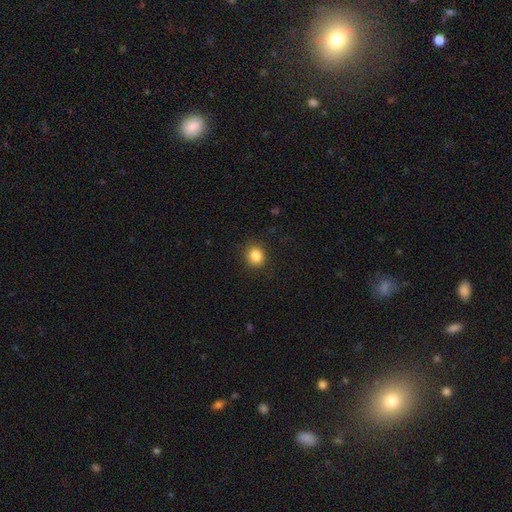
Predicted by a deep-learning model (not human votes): This appears to be a smooth galaxy with no disk features (85%) that is round (81%). Merging: none (88%).